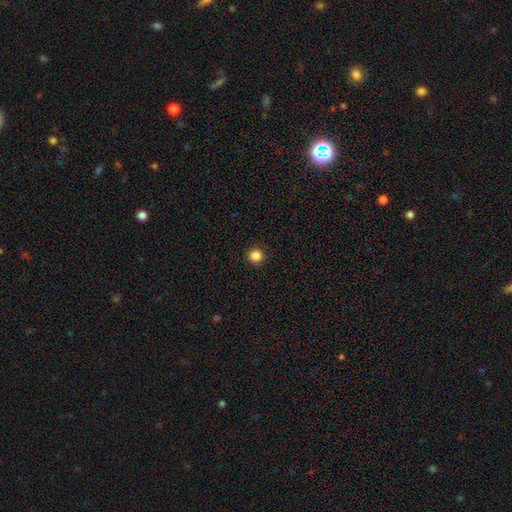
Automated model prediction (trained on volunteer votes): Overall: smooth (85%). How rounded: round (95%). Merging: none (93%).